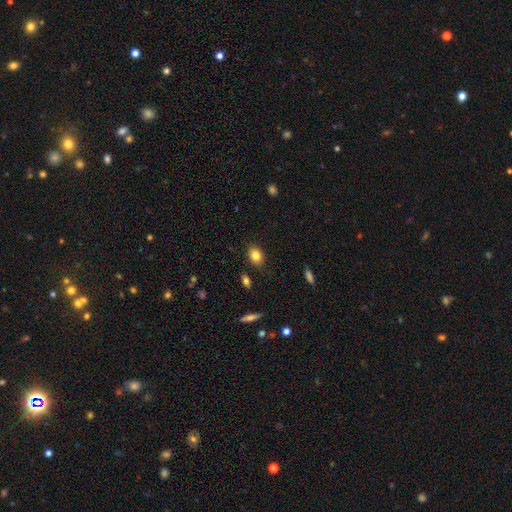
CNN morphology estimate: A smooth galaxy with no disk features (83%) that is in between round and cigar-shaped (66%). Merging: none (87%).